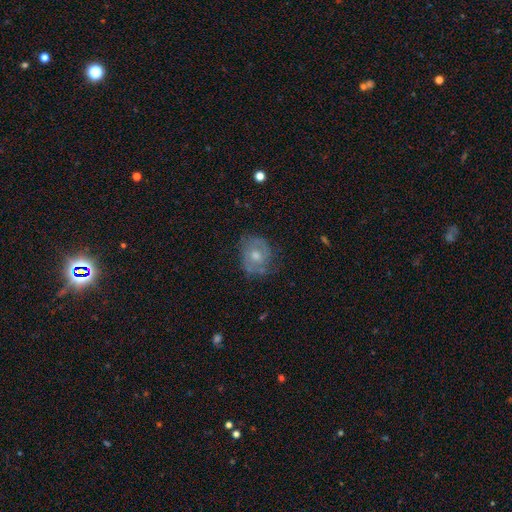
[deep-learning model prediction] Overall: featured or disk (64%; smooth 25%). Edge-on disk: no (96%). Bar: no (70%). Spiral arms: yes (79%). Bulge size: moderate (65%; small 26%). Merging: none (72%).